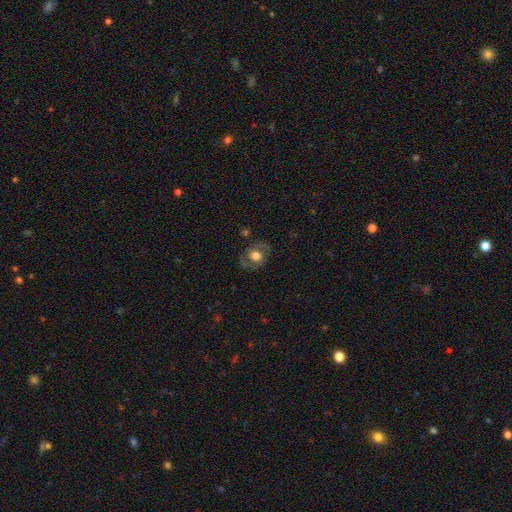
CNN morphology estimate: Smooth or featured? featured or disk (48%)
Merging? none (75%)